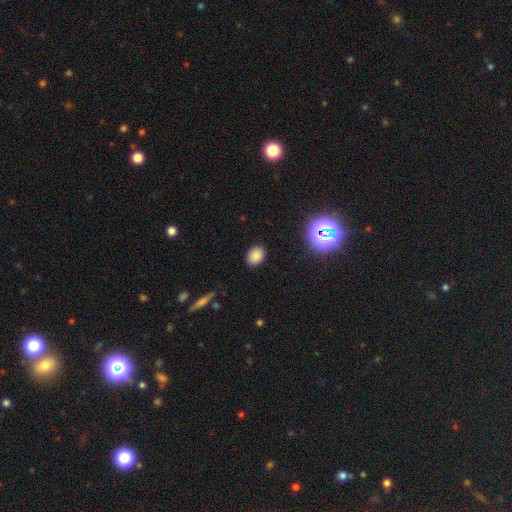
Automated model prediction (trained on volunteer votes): smooth 80%, star or artifact 15%, featured or disk 5%. Down the decision tree: how rounded — in between (63%); merging — none (88%).